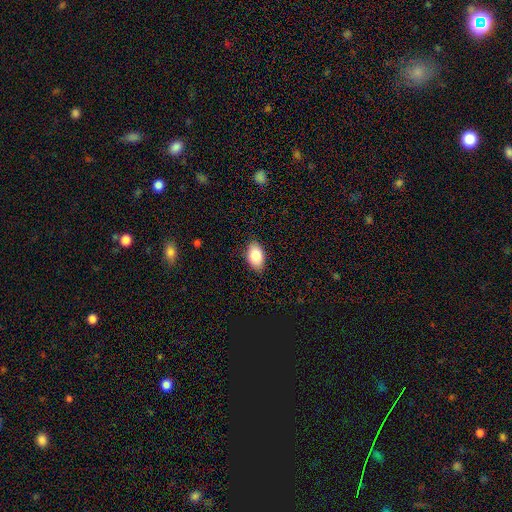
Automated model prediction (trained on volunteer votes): smooth 85%, featured or disk 8%, star or artifact 7%. Down the decision tree: how rounded — in between (92%); merging — none (86%).